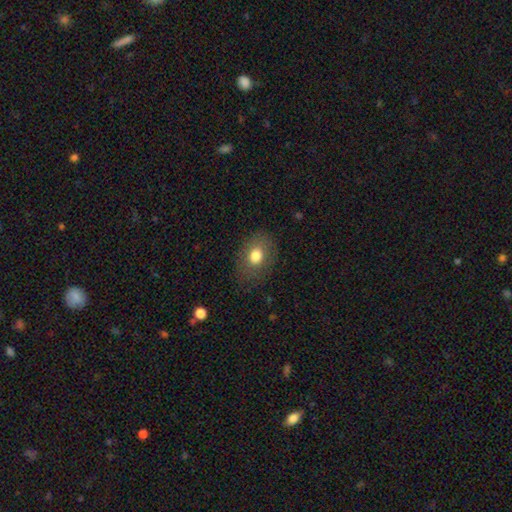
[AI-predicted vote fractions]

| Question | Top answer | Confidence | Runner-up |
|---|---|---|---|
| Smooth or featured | smooth | 76% | featured or disk (15%) |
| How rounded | in between | 66% | round (33%) |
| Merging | none | 78% | minor disturbance (15%) |